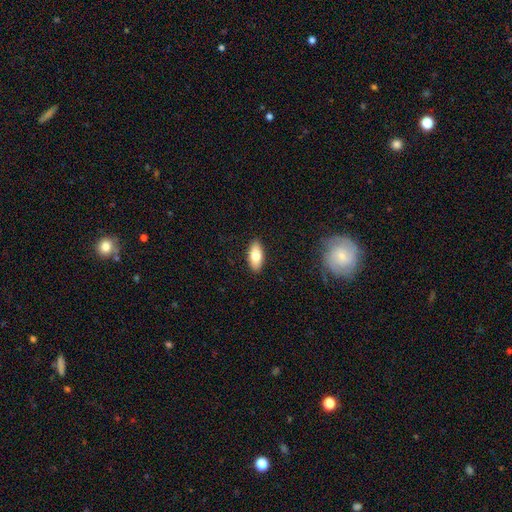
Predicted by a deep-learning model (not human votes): Smooth or featured? smooth (77%)
How rounded? in between (87%)
Merging? none (90%)